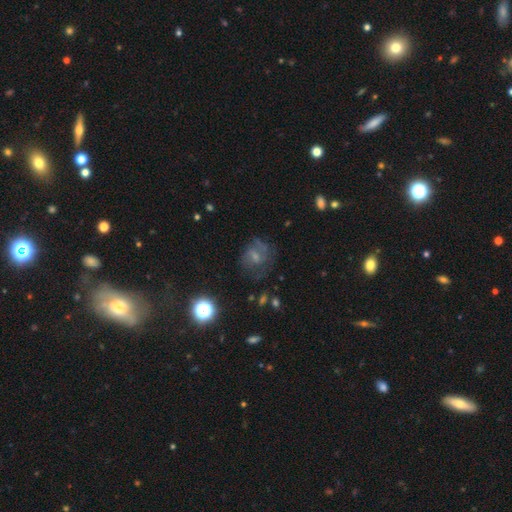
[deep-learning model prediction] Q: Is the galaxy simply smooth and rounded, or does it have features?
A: featured or disk — 48%.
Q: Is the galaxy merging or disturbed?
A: none — 55%.